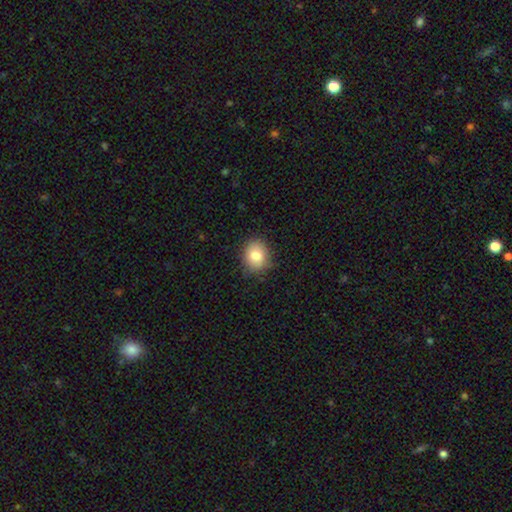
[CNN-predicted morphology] Smooth or featured? smooth (81%)
How rounded? round (58%)
Merging? none (84%)